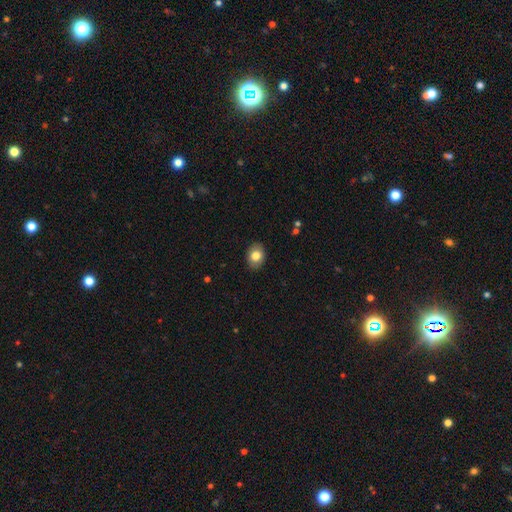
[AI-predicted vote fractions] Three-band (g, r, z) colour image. It shows a smooth galaxy with no disk features (81%) that is in between round and cigar-shaped (66%). Merging: none (89%).